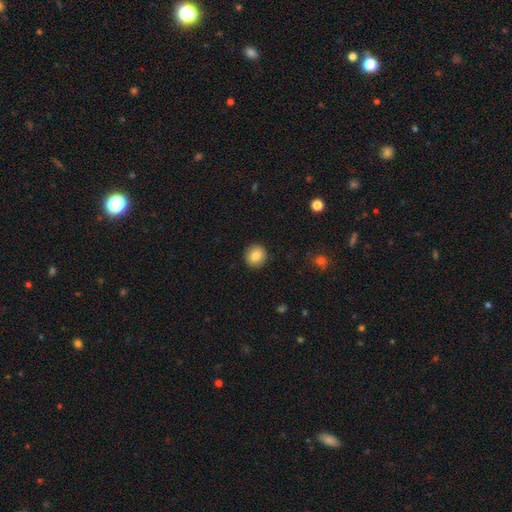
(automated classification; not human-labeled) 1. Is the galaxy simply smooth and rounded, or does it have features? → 85% smooth, 9% star or artifact, 7% featured or disk.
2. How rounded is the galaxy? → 90% round, 9% in between, 1% cigar-shaped.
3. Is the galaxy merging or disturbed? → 91% none, 6% minor disturbance, 2% major disturbance, 1% merger.